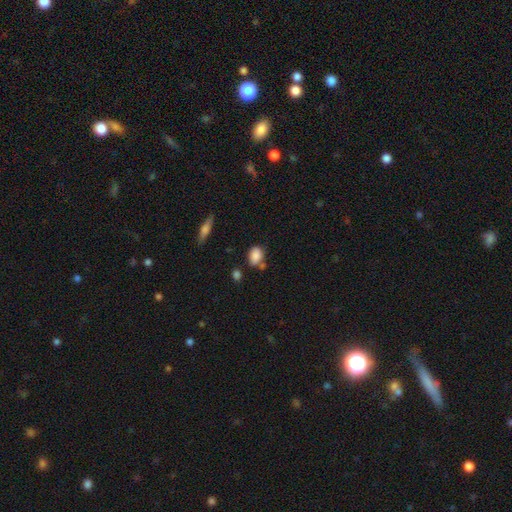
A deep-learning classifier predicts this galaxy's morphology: Smooth or featured? smooth (85%)
How rounded? in between (79%)
Merging? none (61%)